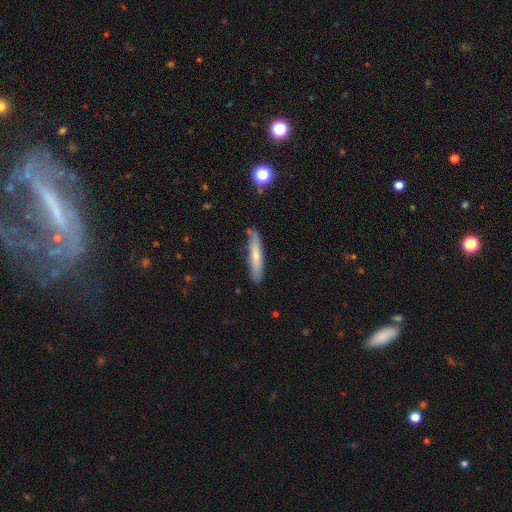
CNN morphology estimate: Overall: smooth (64%; featured or disk 30%). How rounded: cigar-shaped (89%). Merging: none (79%).